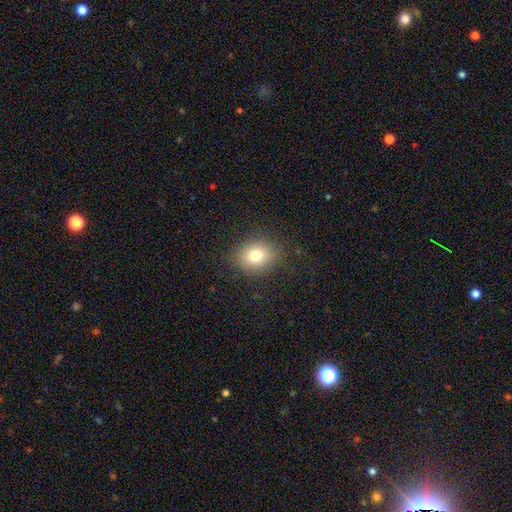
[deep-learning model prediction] smooth_or_featured: smooth (p=0.78) [alt: star or artifact p=0.12]
how_rounded: round (p=0.61) [alt: in between p=0.38]
merging: none (p=0.85) [alt: minor disturbance p=0.10]